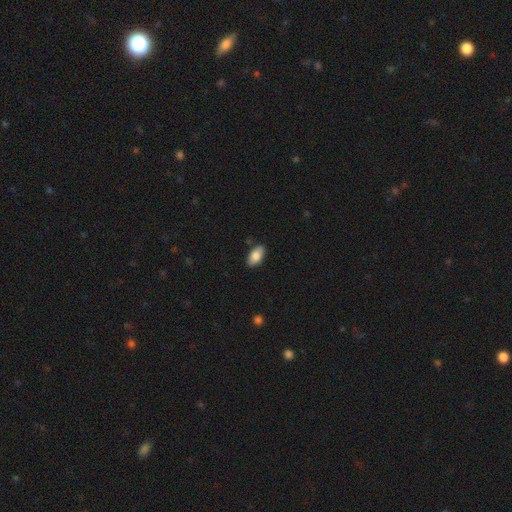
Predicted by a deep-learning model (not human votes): Smooth or featured? smooth (84%)
How rounded? in between (94%)
Merging? none (85%)